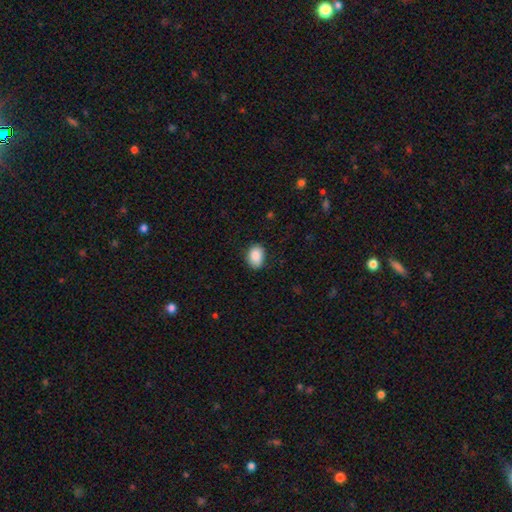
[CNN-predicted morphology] A smooth galaxy with no disk features (88%) that is in between round and cigar-shaped (72%).

Vote fractions:
- Smooth or featured? smooth: 88% / star or artifact: 8% / featured or disk: 4%
- How rounded? in between: 72% / round: 27% / cigar-shaped: 1%
- Merging? none: 83% / minor disturbance: 13% / major disturbance: 3% / merger: 1%